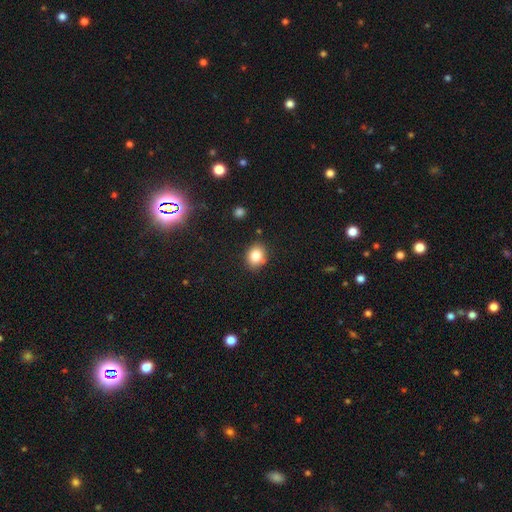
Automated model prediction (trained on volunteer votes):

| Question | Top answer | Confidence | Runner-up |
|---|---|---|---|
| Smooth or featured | smooth | 83% | star or artifact (11%) |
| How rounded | round | 62% | in between (37%) |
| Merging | none | 82% | minor disturbance (12%) |